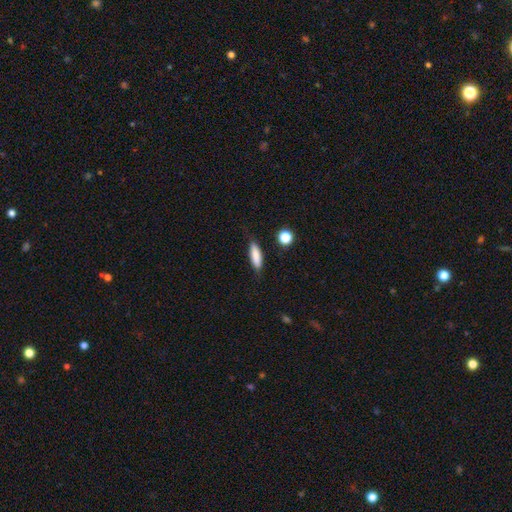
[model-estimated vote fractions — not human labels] Smooth or featured: smooth — 83% (featured or disk — 10%)
How rounded: cigar-shaped — 57% (in between — 41%)
Merging: none — 80% (minor disturbance — 14%)